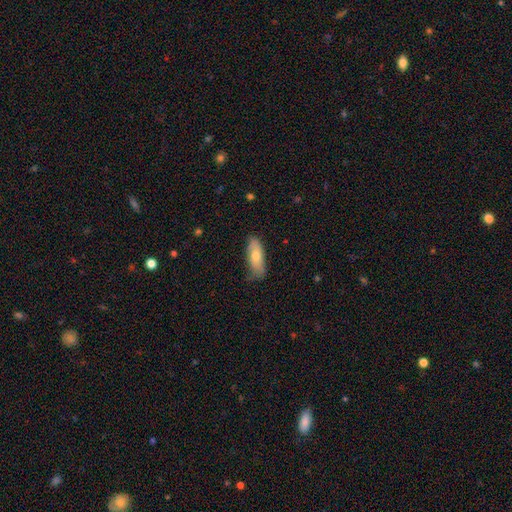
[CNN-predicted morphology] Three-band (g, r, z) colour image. It shows a smooth galaxy with no disk features (66%) that is in between round and cigar-shaped (65%). Merging: none (73%).